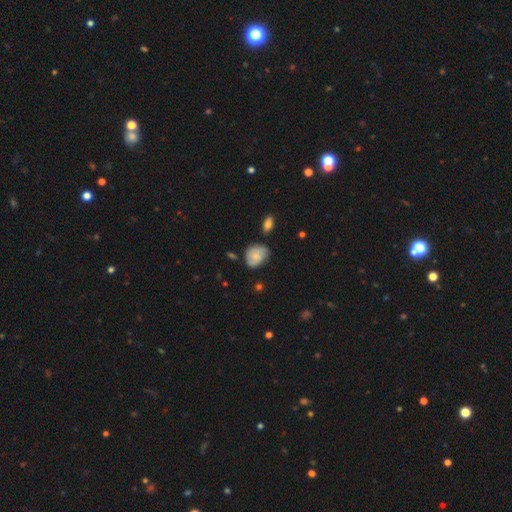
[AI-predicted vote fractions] A smooth galaxy with no disk features (59%) that is in between round and cigar-shaped (62%).

Vote fractions:
- Smooth or featured? smooth: 59% / featured or disk: 33% / star or artifact: 7%
- How rounded? in between: 62% / round: 37% / cigar-shaped: 1%
- Merging? none: 52% / minor disturbance: 37% / major disturbance: 8% / merger: 4%